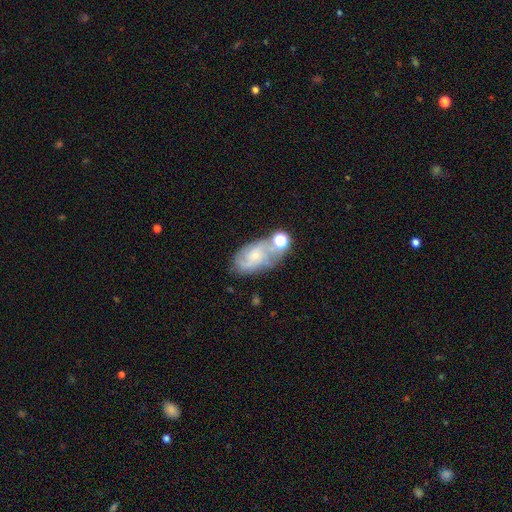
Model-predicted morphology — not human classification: Q: Smooth or featured?
A: featured or disk (56%); runner-up: smooth (33%)
Q: Edge-on disk?
A: no (95%); runner-up: yes (5%)
Q: Bar?
A: no (72%); runner-up: weak (24%)
Q: Spiral arms?
A: yes (76%); runner-up: no (24%)
Q: Bulge size?
A: small (69%); runner-up: moderate (22%)
Q: Merging?
A: none (47%); runner-up: minor disturbance (21%)